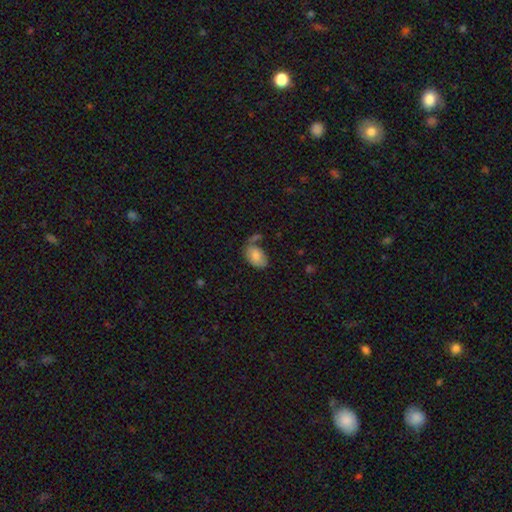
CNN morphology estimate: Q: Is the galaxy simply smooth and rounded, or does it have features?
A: smooth — 82%.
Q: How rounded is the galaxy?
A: in between — 89%.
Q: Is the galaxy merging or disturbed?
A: none — 52%.